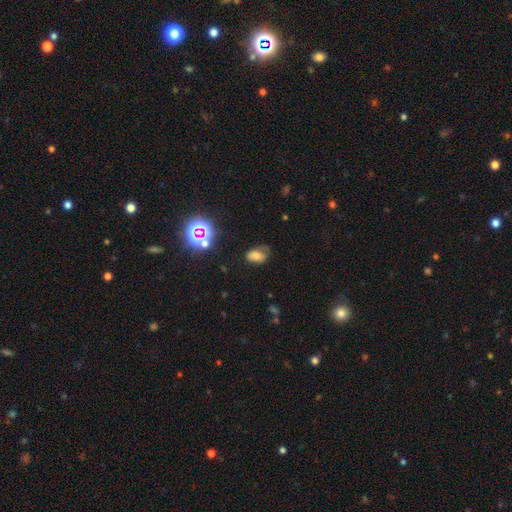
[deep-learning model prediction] Overall: smooth (68%). How rounded: in between (85%). Merging: none (53%; minor disturbance 31%).